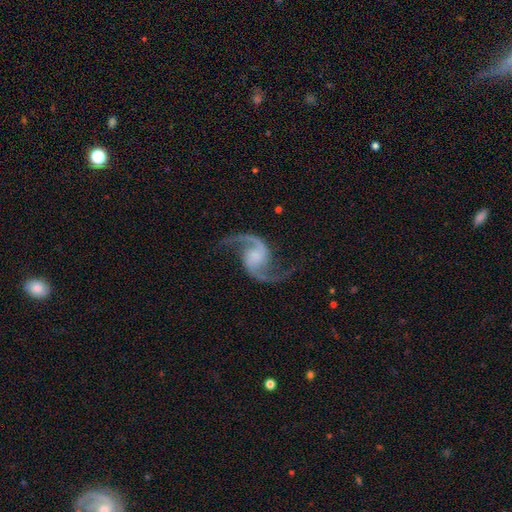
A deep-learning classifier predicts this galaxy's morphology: Smooth or featured?
  - featured or disk: 93% *
  - star or artifact: 4%
  - smooth: 3%
Edge-on disk?
  - no: 98% *
  - yes: 2%
Bar?
  - no: 56% *
  - weak: 33%
  - strong: 11%
Spiral arms?
  - yes: 98% *
  - no: 2%
Spiral winding?
  - loose: 66% *
  - medium: 29%
  - tight: 4%
Spiral arm count?
  - 2: 95% *
  - 1: 1%
  - can't tell: 1%
  - 3: 1%
  - 4: 1%
  - more than 4: 1%
Bulge size?
  - none: 40% *
  - small: 24%
  - moderate: 20%
  - large: 13%
  - dominant: 3%
Merging?
  - none: 81% *
  - minor disturbance: 11%
  - major disturbance: 6%
  - merger: 2%